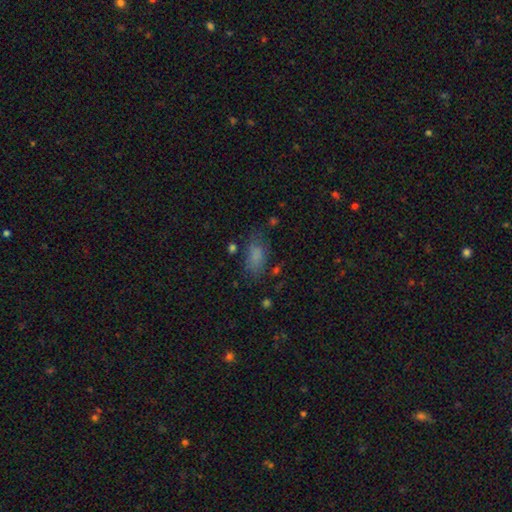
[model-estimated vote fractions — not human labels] Smooth or featured: smooth — 78% (star or artifact — 13%)
How rounded: in between — 87% (cigar-shaped — 7%)
Merging: none — 64% (minor disturbance — 21%)